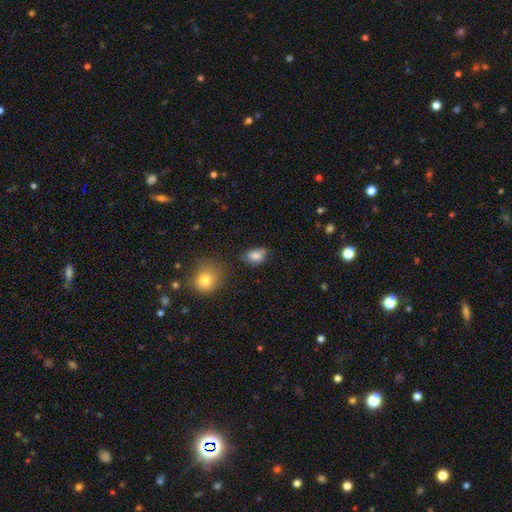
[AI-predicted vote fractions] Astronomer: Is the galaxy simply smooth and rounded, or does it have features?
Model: smooth — 82%.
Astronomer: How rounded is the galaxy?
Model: in between — 80%.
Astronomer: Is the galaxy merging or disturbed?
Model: none — 56% (runner-up: minor disturbance, 31%).